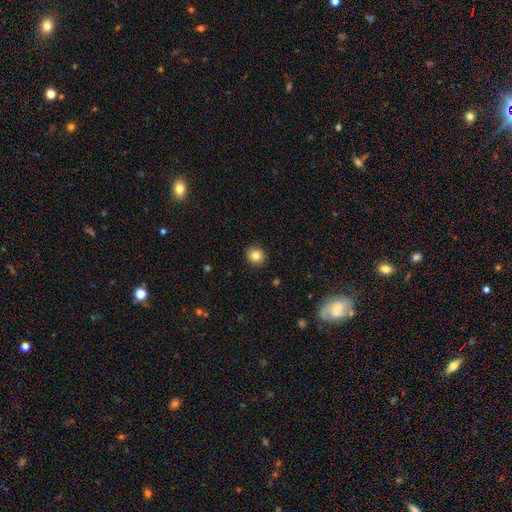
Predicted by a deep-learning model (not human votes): Morphology: type=smooth (84%); roundness=round (81%); merging=none (91%).